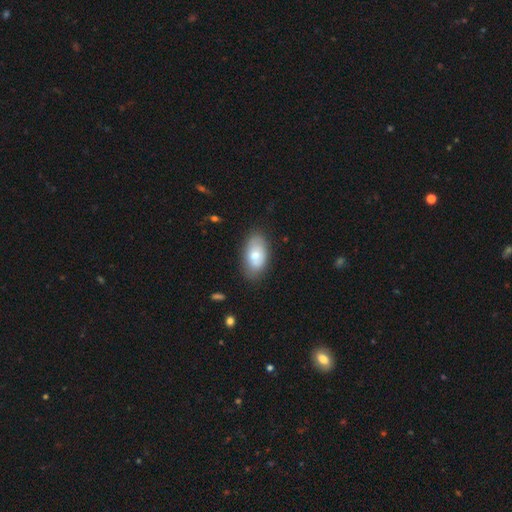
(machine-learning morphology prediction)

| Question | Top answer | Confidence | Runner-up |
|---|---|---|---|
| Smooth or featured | smooth | 73% | featured or disk (21%) |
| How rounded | in between | 94% | round (4%) |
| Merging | none | 76% | minor disturbance (18%) |